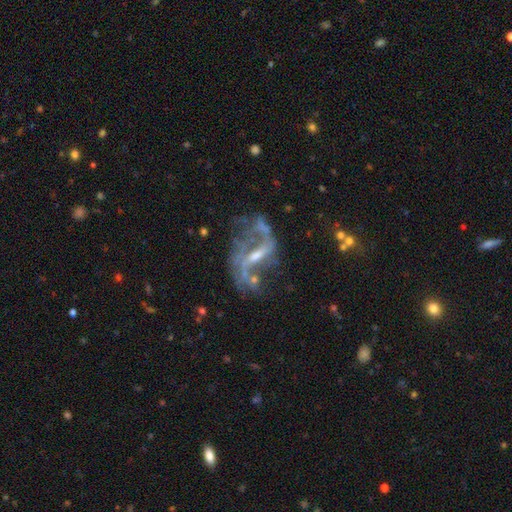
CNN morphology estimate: A featured or disk galaxy (83%) with a weak bar (42%), 2 (79%) loose (71%) spiral arms (82%) and a small central bulge (51%). Merging: none (44%).